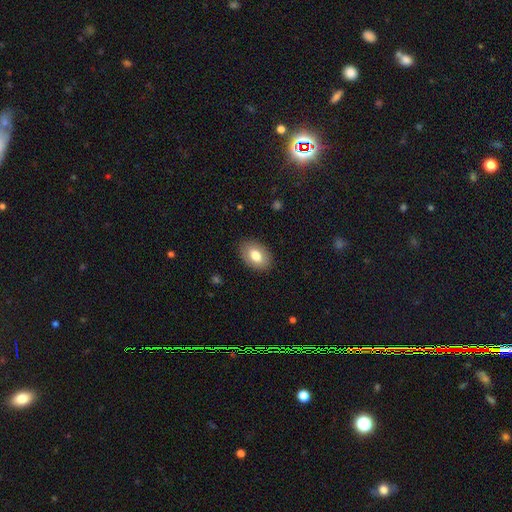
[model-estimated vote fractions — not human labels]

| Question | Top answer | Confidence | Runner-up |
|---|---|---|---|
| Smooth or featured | smooth | 78% | featured or disk (15%) |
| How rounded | in between | 86% | round (13%) |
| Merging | none | 88% | minor disturbance (9%) |